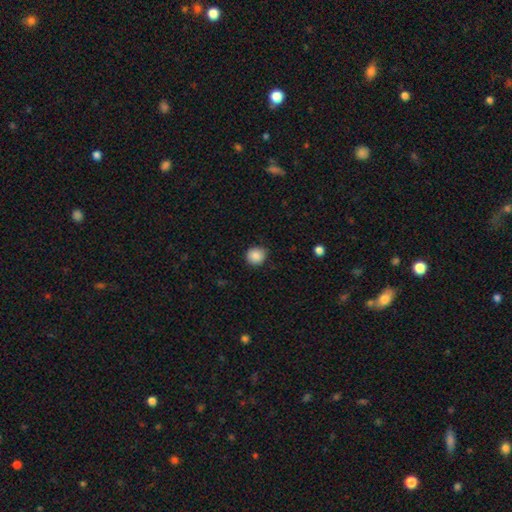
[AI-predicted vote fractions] This is clearly a smooth galaxy (86%). How rounded: clearly round (90%). Merging: clearly none (86%).